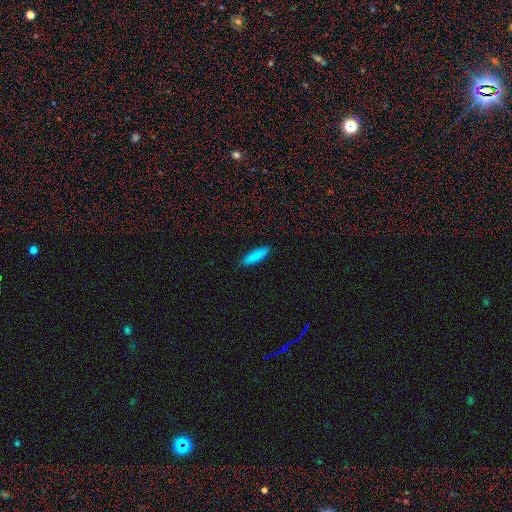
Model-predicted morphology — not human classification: Smooth or featured? smooth (87%)
How rounded? cigar-shaped (71%)
Merging? none (88%)